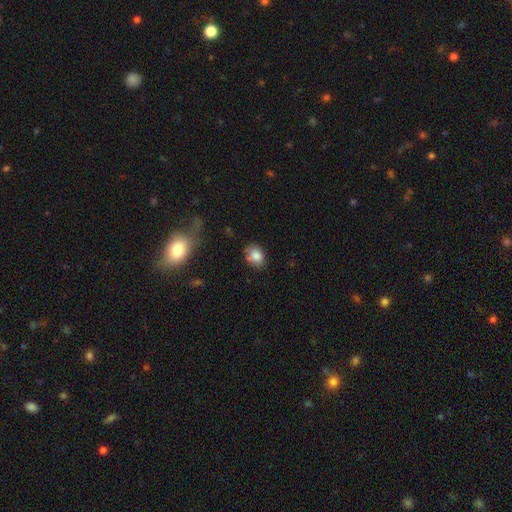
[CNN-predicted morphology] Smooth or featured? Predicted: smooth (p=0.83). How rounded? Predicted: in between (p=0.52). Merging? Predicted: none (p=0.68).